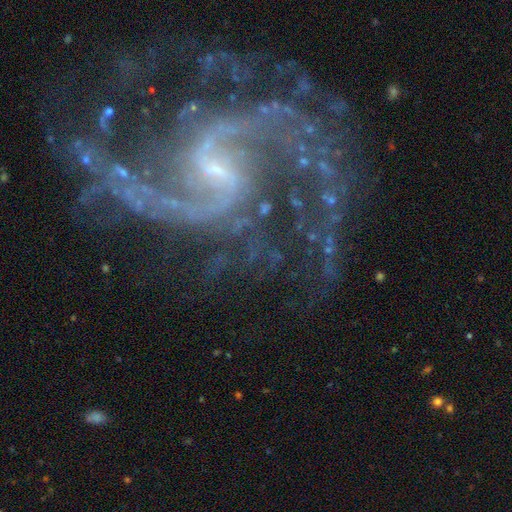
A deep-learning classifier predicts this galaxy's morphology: The model was most divided on "spiral winding": loose: 46%, medium: 44%, tight: 10%. More confident: spiral arms — yes (98%); edge-on disk — no (98%); smooth or featured — featured or disk (93%); spiral arm count — 2 (83%); bulge size — small (77%); merging — none (62%); bar — weak (55%).